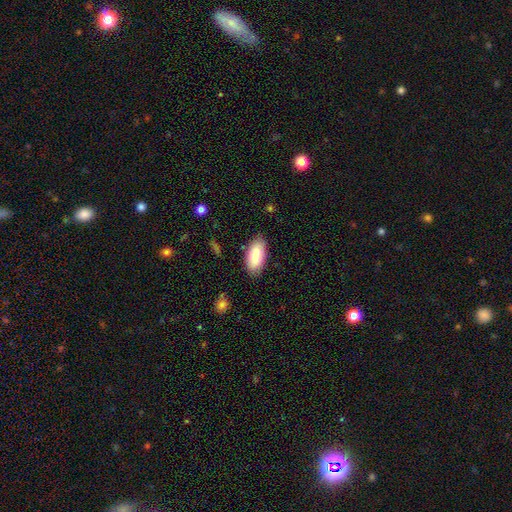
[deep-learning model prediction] This is clearly a smooth galaxy (83%). How rounded: clearly in between (90%). Merging: clearly none (83%).